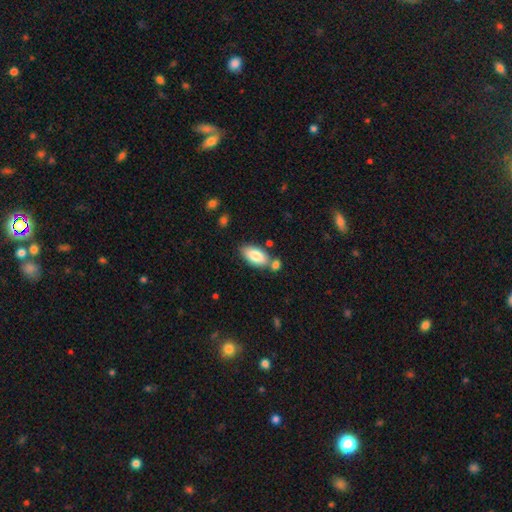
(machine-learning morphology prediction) smooth 83%, featured or disk 10%, star or artifact 6%. Down the decision tree: how rounded — in between (92%); merging — none (64%).